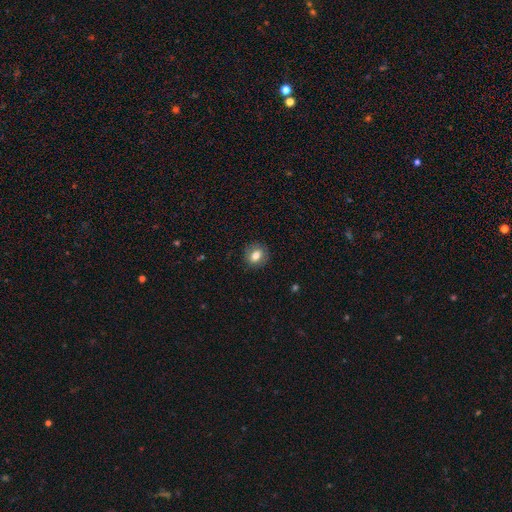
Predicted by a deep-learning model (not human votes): smooth-or-featured: smooth: 76% | featured or disk: 15% | star or artifact: 9%
  how-rounded: round: 62% | in between: 37% | cigar-shaped: 1%
  merging: none: 87% | minor disturbance: 10% | major disturbance: 3% | merger: 1%